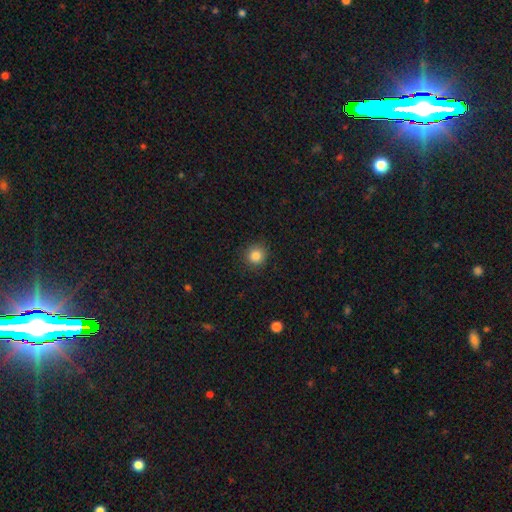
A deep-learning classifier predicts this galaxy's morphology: This is clearly a smooth galaxy (85%). How rounded: clearly round (92%). Merging: clearly none (90%).